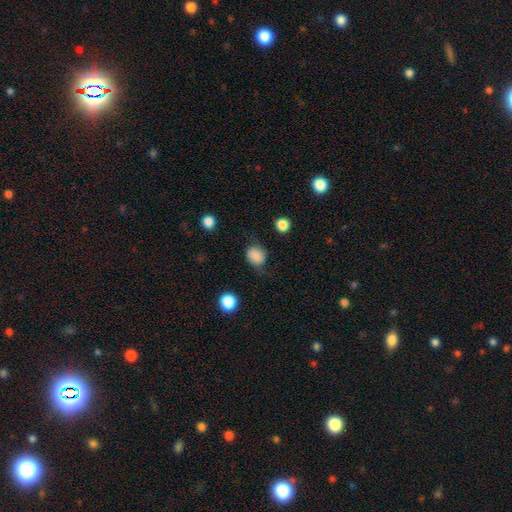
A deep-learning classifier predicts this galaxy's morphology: This is clearly a smooth galaxy (84%). How rounded: likely round (63%). Merging: likely none (63%).